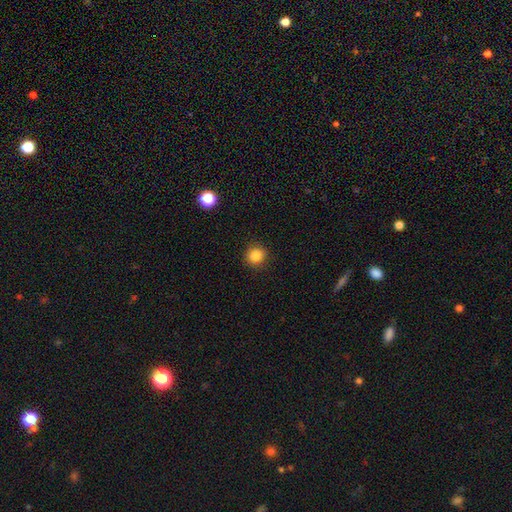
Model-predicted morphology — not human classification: This appears to be a smooth galaxy with no disk features (85%) that is round (90%). Merging: none (90%).